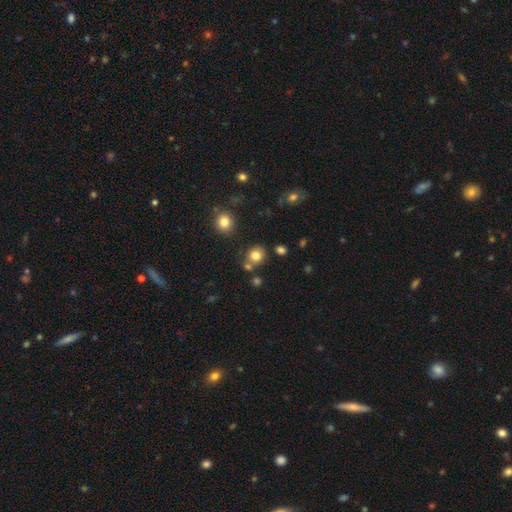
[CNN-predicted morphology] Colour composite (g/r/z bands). It shows a smooth galaxy with no disk features (80%) that is round (76%). Merging: none (72%).